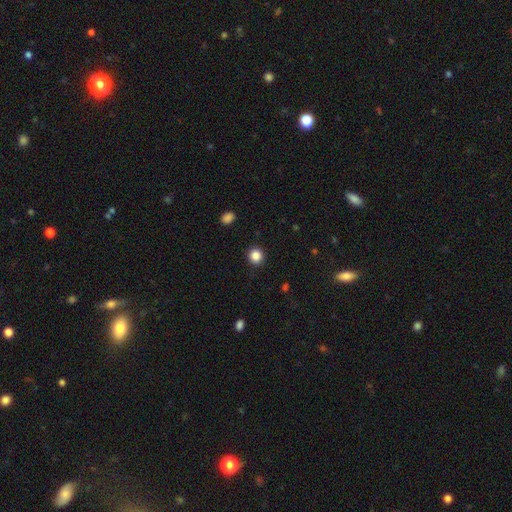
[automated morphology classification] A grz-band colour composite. It shows a smooth galaxy with no disk features (86%) that is round (91%). Merging: none (92%).